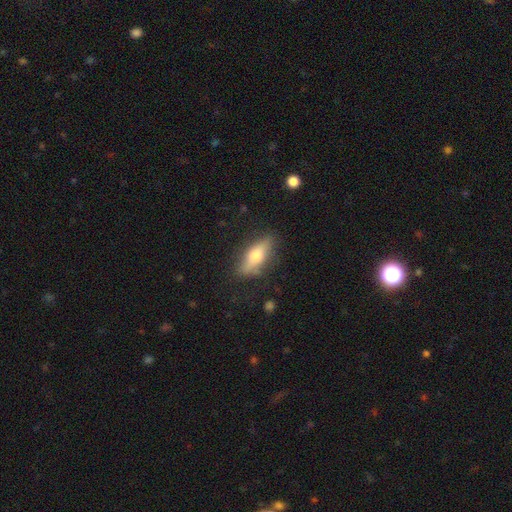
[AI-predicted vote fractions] Morphology: type=smooth (54%); roundness=in between (56%); merging=none (80%).